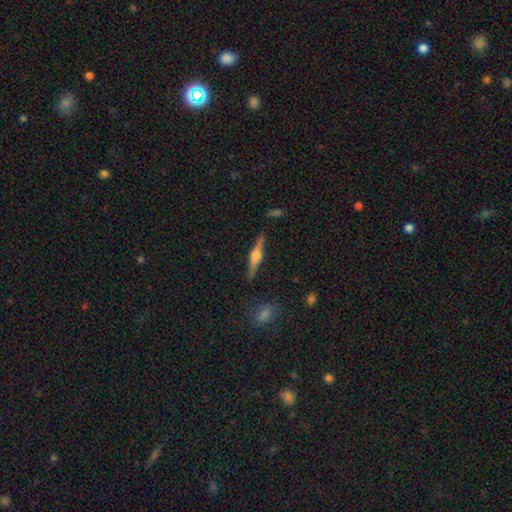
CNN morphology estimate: A featured or disk galaxy (78%) viewed edge-on (98%) with a rounded central bulge (88%). Merging: none (89%).